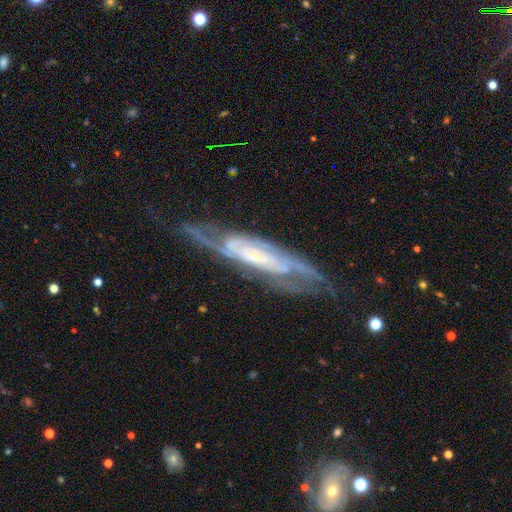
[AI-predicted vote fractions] Overall: featured or disk (84%). Edge-on disk: no (70%; yes 30%). Bar: no (47%; weak 34%). Spiral arms: yes (92%). Spiral arm count: can't tell (39%; 2 37%). Spiral winding: tight (52%; medium 38%). Bulge size: small (64%). Merging: none (64%).